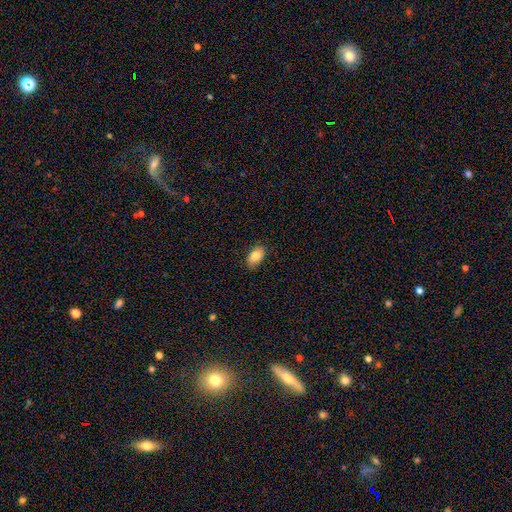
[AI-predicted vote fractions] Morphology: type=smooth (85%); roundness=in between (91%); merging=none (84%).